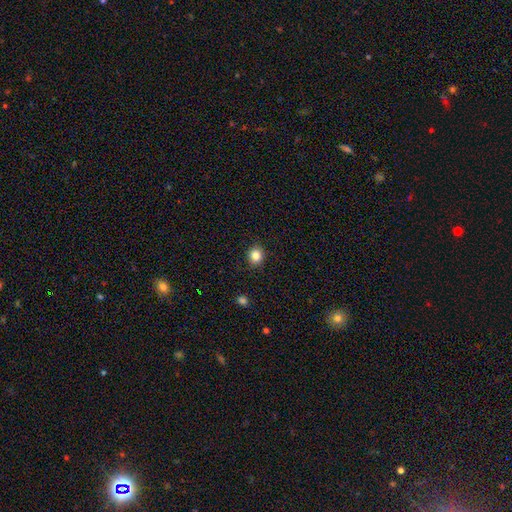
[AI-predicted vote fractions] Morphology: type=smooth (83%); roundness=round (82%); merging=none (90%).